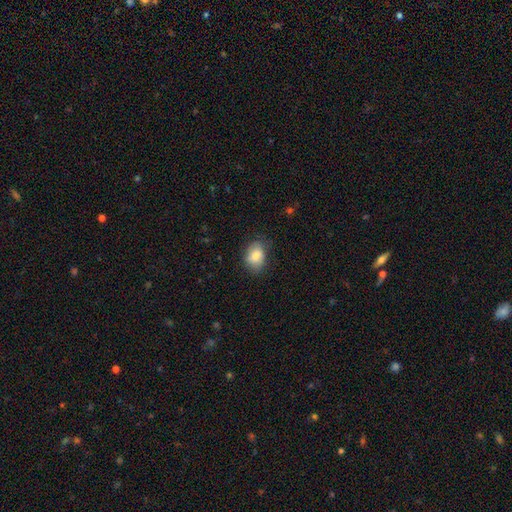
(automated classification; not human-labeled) This appears to be a smooth galaxy with no disk features (83%) that is in between round and cigar-shaped (78%). Merging: none (71%).